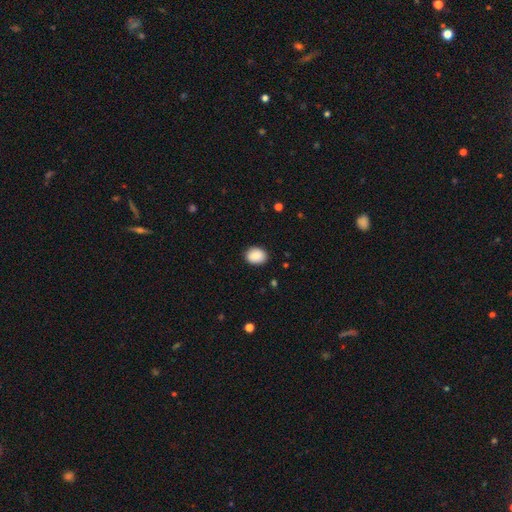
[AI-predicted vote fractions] smooth-or-featured: smooth: 89% | star or artifact: 7% | featured or disk: 4%
  how-rounded: in between: 58% | round: 41% | cigar-shaped: 1%
  merging: none: 87% | minor disturbance: 9% | major disturbance: 2% | merger: 1%